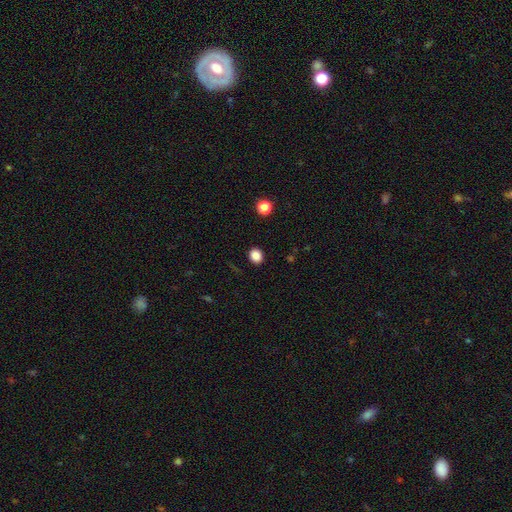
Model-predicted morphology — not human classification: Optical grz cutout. It shows a smooth galaxy with no disk features (86%) that is round (65%). Merging: none (90%).